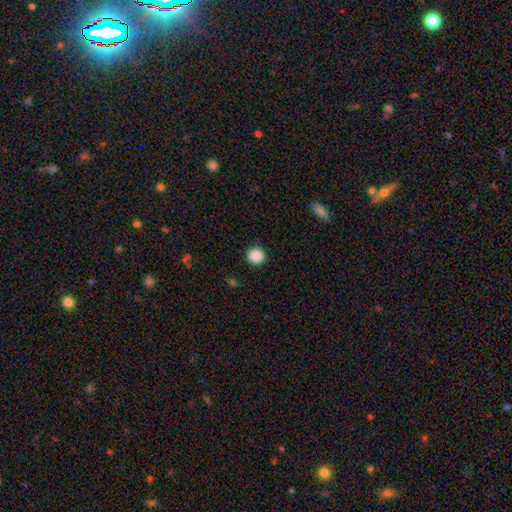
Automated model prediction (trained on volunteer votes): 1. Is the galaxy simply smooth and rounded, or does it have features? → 88% smooth, 9% star or artifact, 3% featured or disk.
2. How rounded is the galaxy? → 92% round, 7% in between, 1% cigar-shaped.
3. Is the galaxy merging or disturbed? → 91% none, 6% minor disturbance, 2% major disturbance, 1% merger.